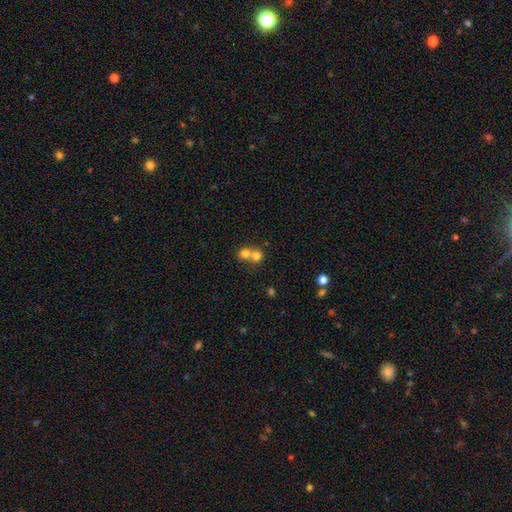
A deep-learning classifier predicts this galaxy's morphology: Smooth or featured?
  - smooth: 74% *
  - featured or disk: 13%
  - star or artifact: 12%
How rounded?
  - round: 83% *
  - in between: 16%
  - cigar-shaped: 1%
Merging?
  - merger: 63% *
  - none: 31%
  - minor disturbance: 4%
  - major disturbance: 2%